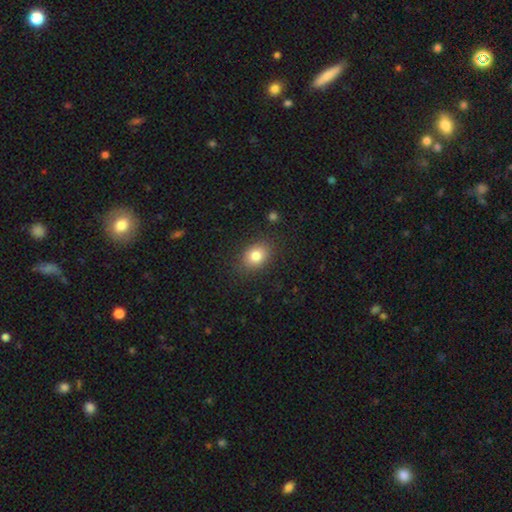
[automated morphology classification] Q: Smooth or featured?
A: smooth (81%); runner-up: star or artifact (10%)
Q: How rounded?
A: in between (59%); runner-up: round (40%)
Q: Merging?
A: none (86%); runner-up: minor disturbance (10%)